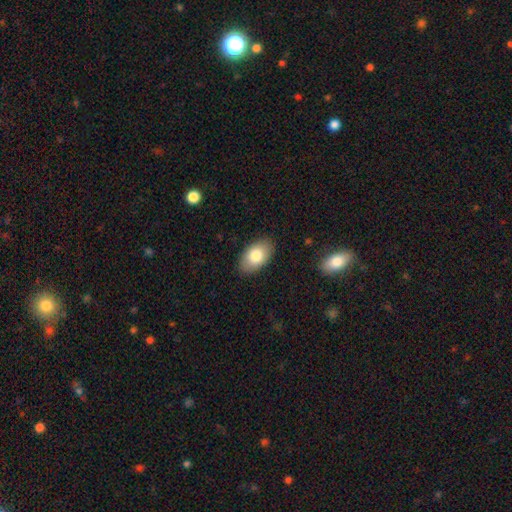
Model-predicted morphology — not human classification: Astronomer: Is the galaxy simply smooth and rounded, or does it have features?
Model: smooth — 79%.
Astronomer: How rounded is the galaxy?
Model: in between — 93%.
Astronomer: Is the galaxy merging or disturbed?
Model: none — 88%.